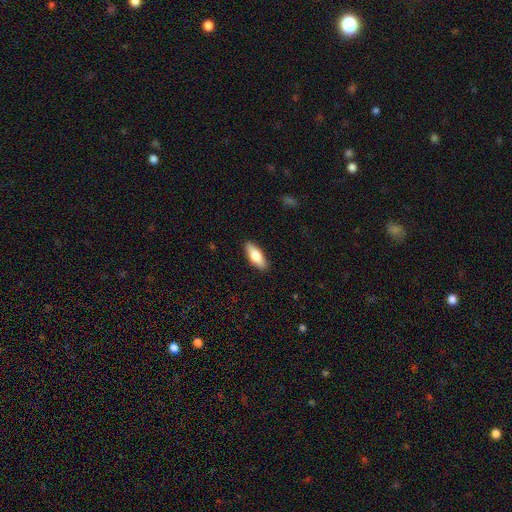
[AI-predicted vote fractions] A smooth galaxy with no disk features (72%) that is in between round and cigar-shaped (66%).

Vote fractions:
- Smooth or featured? smooth: 72% / featured or disk: 22% / star or artifact: 6%
- How rounded? in between: 66% / cigar-shaped: 32% / round: 2%
- Merging? none: 89% / minor disturbance: 8% / major disturbance: 2% / merger: 1%